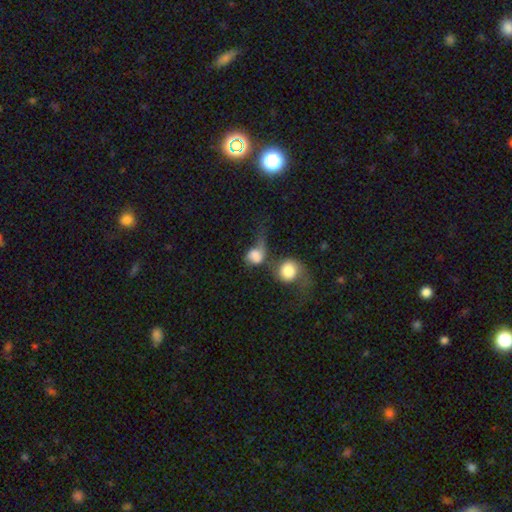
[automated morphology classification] Overall: smooth (67%). How rounded: round (57%; in between 41%). Merging: merger (50%; major disturbance 27%).